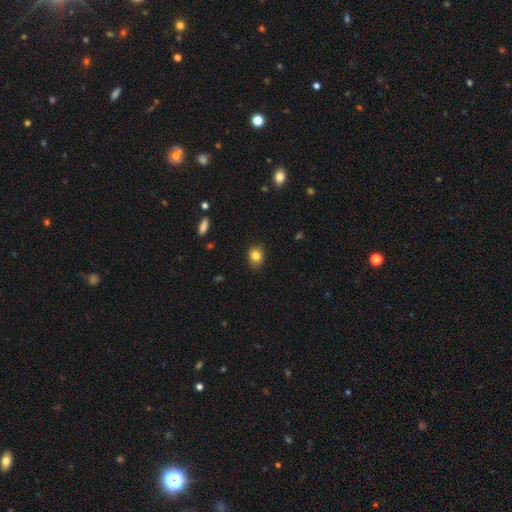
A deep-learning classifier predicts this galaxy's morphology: Smooth or featured? Predicted: smooth (p=0.82). How rounded? Predicted: round (p=0.59). Merging? Predicted: none (p=0.84).